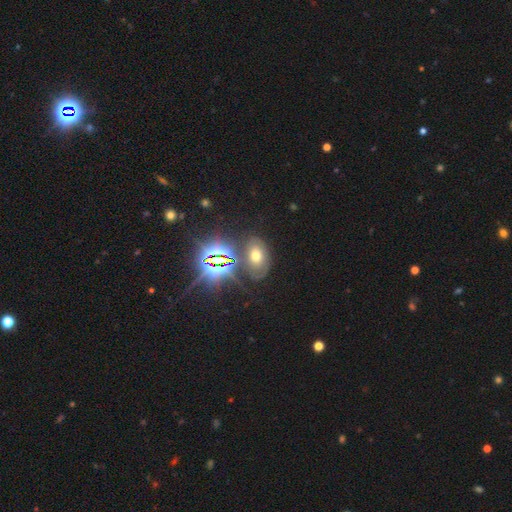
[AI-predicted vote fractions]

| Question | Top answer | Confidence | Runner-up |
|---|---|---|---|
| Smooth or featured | star or artifact | 39% | smooth (36%) |